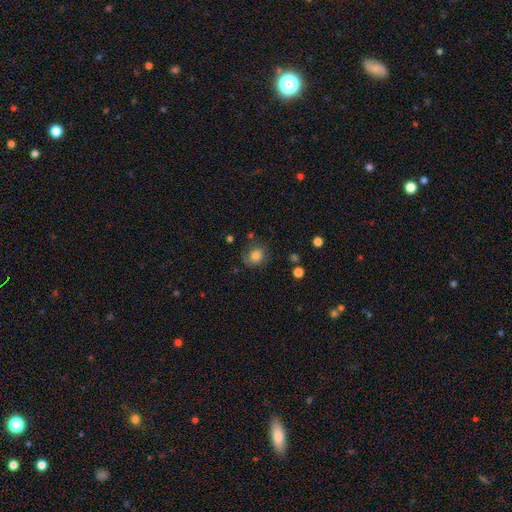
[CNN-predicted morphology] Smooth or featured? smooth (80%)
How rounded? round (68%)
Merging? none (69%)